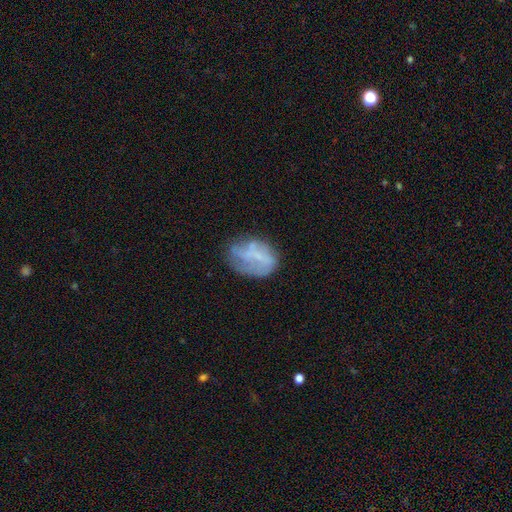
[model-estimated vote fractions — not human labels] Smooth or featured? Predicted: featured or disk (p=0.48). Merging? Predicted: none (p=0.48).